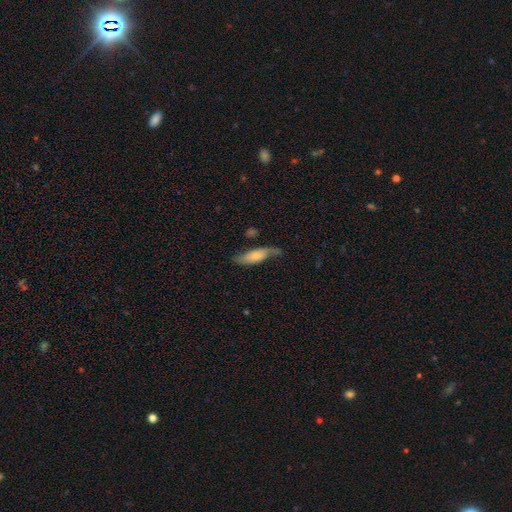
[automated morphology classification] Smooth or featured? Predicted: featured or disk (p=0.49). Merging? Predicted: none (p=0.58).